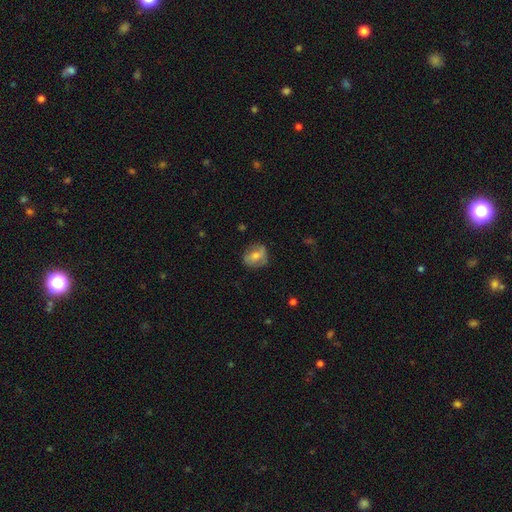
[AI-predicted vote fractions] Q: Smooth or featured?
A: smooth (55%); runner-up: featured or disk (37%)
Q: How rounded?
A: round (55%); runner-up: in between (44%)
Q: Merging?
A: none (70%); runner-up: minor disturbance (21%)